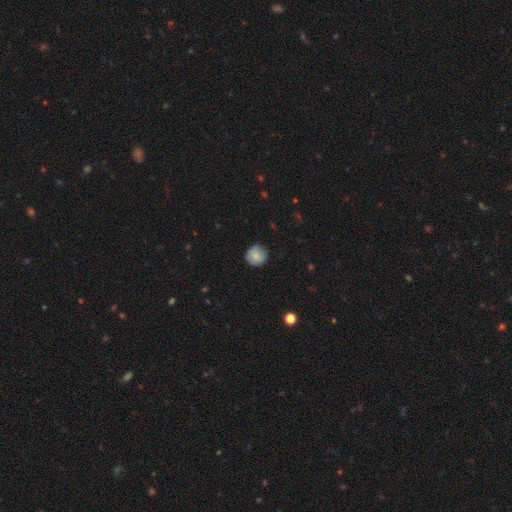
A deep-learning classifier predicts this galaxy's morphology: A smooth galaxy with no disk features (76%) that is round (93%). Merging: none (82%).